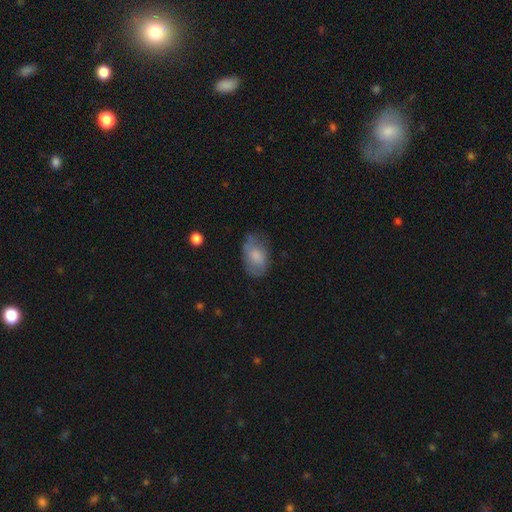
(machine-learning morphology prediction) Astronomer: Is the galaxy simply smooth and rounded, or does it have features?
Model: smooth — 75%.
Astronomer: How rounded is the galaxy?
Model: in between — 91%.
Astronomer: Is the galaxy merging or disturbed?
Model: none — 61%.